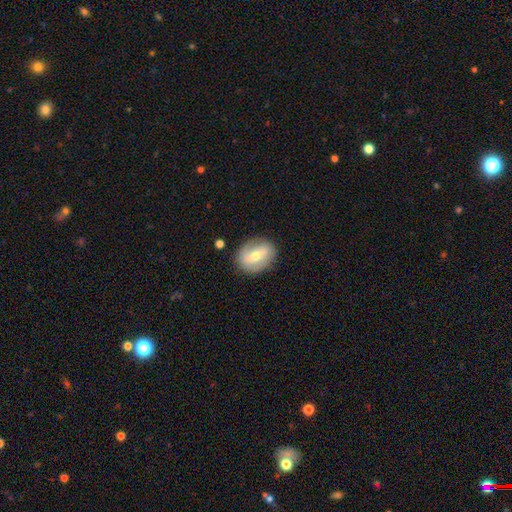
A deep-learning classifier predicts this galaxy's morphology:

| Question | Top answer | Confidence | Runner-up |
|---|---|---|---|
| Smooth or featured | featured or disk | 49% | smooth (44%) |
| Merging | none | 82% | minor disturbance (12%) |